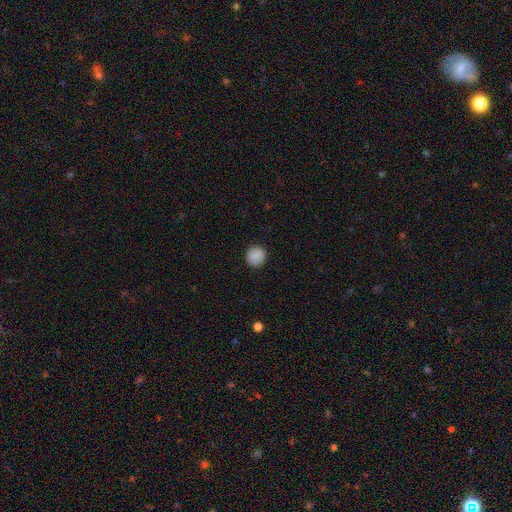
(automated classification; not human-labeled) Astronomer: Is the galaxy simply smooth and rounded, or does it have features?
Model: smooth — 89%.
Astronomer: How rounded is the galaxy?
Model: round — 92%.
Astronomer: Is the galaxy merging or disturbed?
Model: none — 91%.